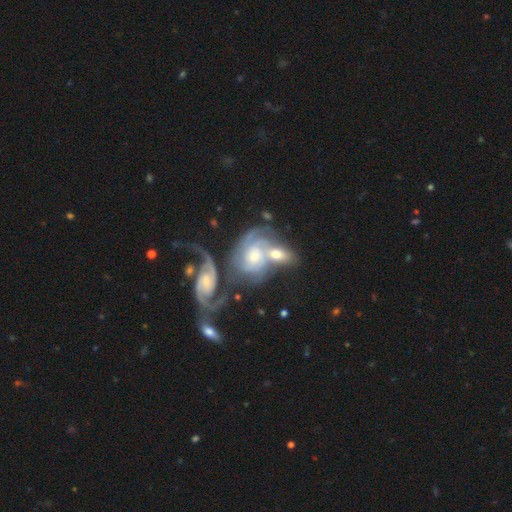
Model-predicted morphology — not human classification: Smooth or featured? featured or disk (76%)
Edge-on disk? no (96%)
Bar? no (62%)
Spiral arms? yes (93%)
Spiral winding? tight (41%)
Spiral arm count? 2 (46%)
Bulge size? small (49%)
Merging? merger (63%)